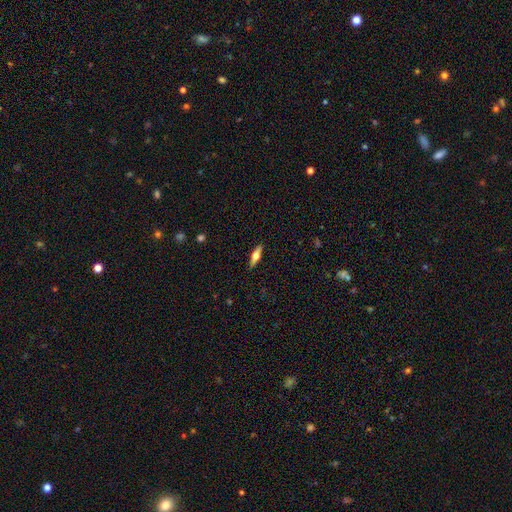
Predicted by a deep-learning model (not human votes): This is possibly a featured or disk galaxy (51%). It is clearly viewed edge-on (92%). Merging: clearly none (89%).